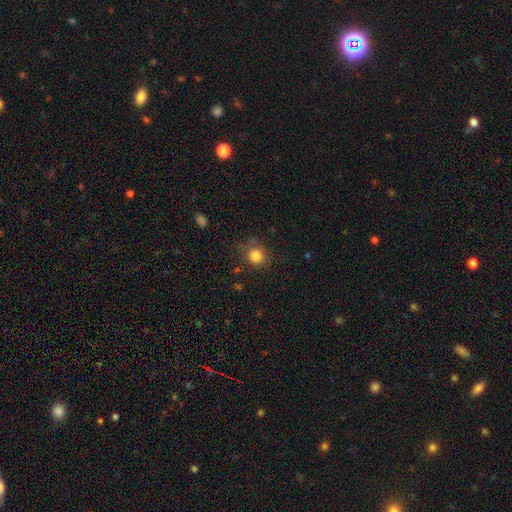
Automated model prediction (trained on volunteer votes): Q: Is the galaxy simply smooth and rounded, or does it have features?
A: smooth — 83%.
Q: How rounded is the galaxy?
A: round — 77%.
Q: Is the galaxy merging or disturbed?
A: none — 72%.